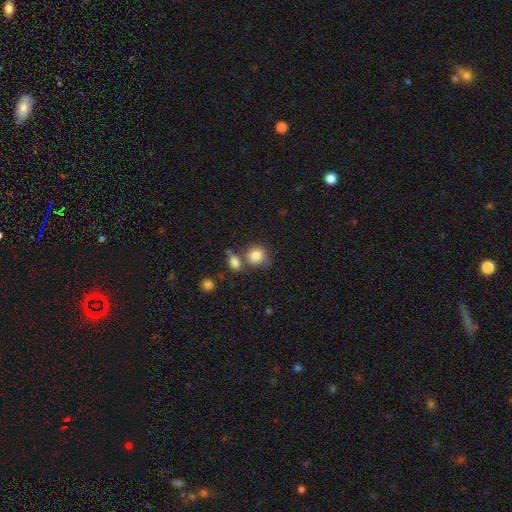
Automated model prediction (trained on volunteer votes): A smooth galaxy with no disk features (85%) that is round (81%). Merging: none (56%).